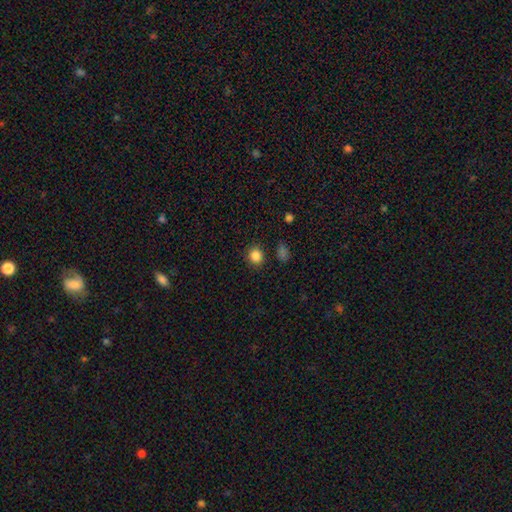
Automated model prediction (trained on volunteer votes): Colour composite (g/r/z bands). It shows a smooth galaxy with no disk features (85%) that is round (82%). Merging: none (86%).